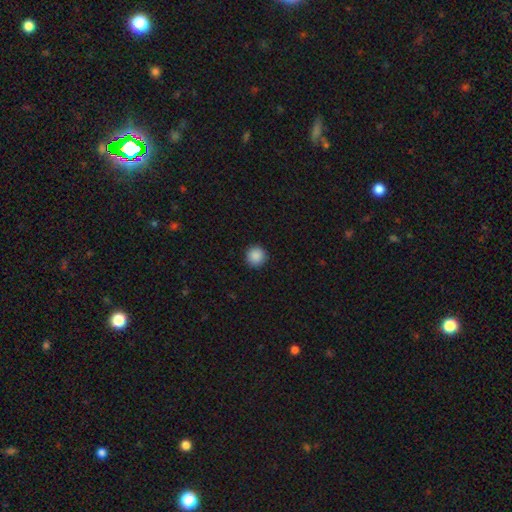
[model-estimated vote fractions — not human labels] This appears to be a smooth galaxy with no disk features (89%) that is round (95%). Merging: none (93%).